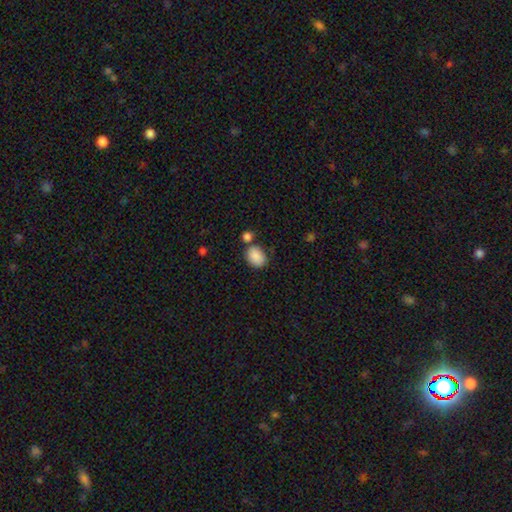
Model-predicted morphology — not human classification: This appears to be a smooth galaxy with no disk features (88%) that is in between round and cigar-shaped (70%). Merging: none (64%).